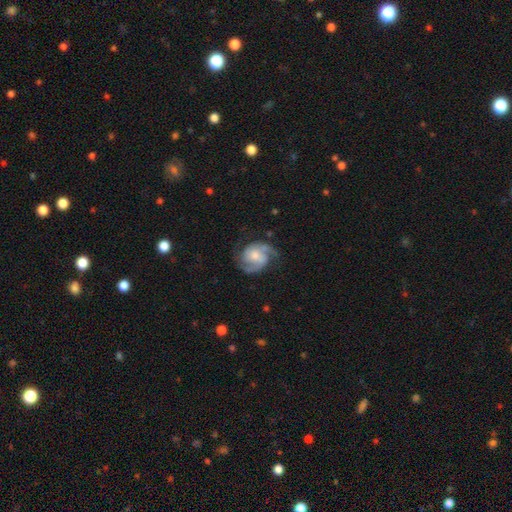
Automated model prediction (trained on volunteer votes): Q: Smooth or featured?
A: featured or disk (80%); runner-up: smooth (14%)
Q: Edge-on disk?
A: no (98%); runner-up: yes (2%)
Q: Bar?
A: no (62%); runner-up: weak (32%)
Q: Spiral arms?
A: yes (95%); runner-up: no (5%)
Q: Spiral winding?
A: medium (49%); runner-up: tight (32%)
Q: Spiral arm count?
A: 2 (79%); runner-up: can't tell (8%)
Q: Bulge size?
A: moderate (48%); runner-up: small (34%)
Q: Merging?
A: none (65%); runner-up: minor disturbance (21%)